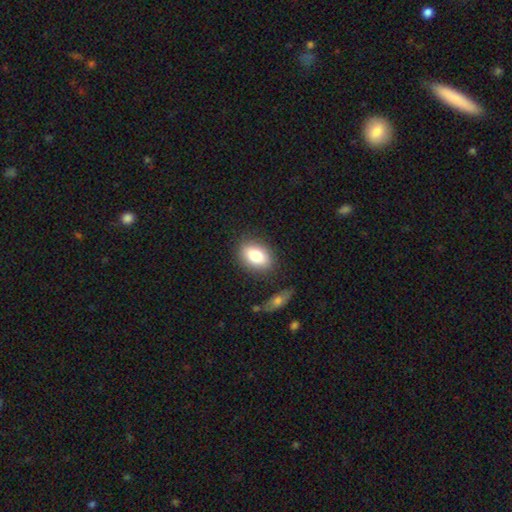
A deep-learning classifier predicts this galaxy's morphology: Smooth or featured: smooth — 80% (featured or disk — 12%)
How rounded: in between — 80% (round — 18%)
Merging: none — 82% (minor disturbance — 12%)